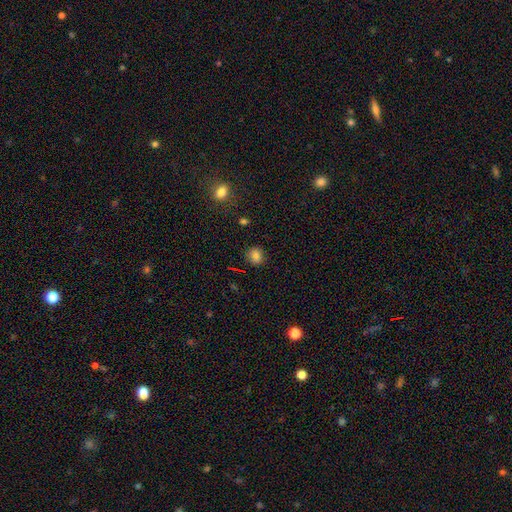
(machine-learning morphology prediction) Smooth or featured? smooth (81%)
How rounded? round (83%)
Merging? none (87%)